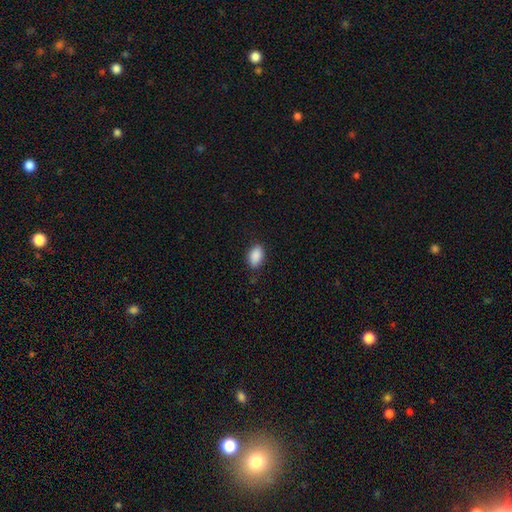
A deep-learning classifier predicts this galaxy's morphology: Smooth or featured: smooth — 90% (star or artifact — 7%)
How rounded: in between — 91% (round — 8%)
Merging: none — 83% (minor disturbance — 13%)